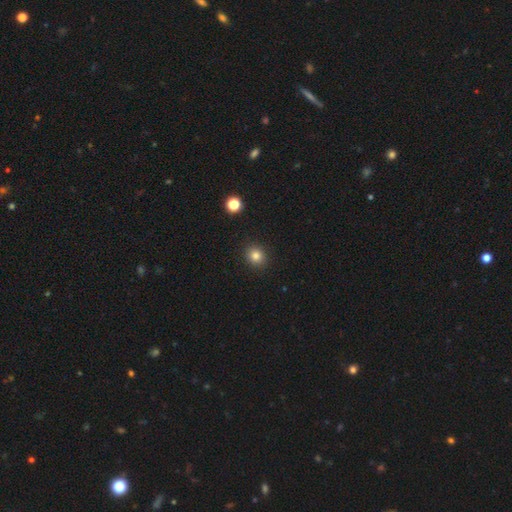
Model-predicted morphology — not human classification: smooth_or_featured: smooth (p=0.82) [alt: star or artifact p=0.12]
how_rounded: round (p=0.79) [alt: in between p=0.20]
merging: none (p=0.91) [alt: minor disturbance p=0.06]